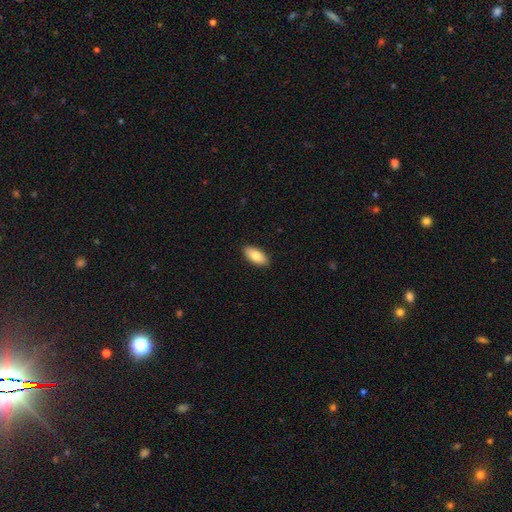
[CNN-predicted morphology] The model was most divided on "smooth or featured": smooth: 82%, featured or disk: 12%, star or artifact: 6%. More confident: how rounded — in between (91%); merging — none (90%).